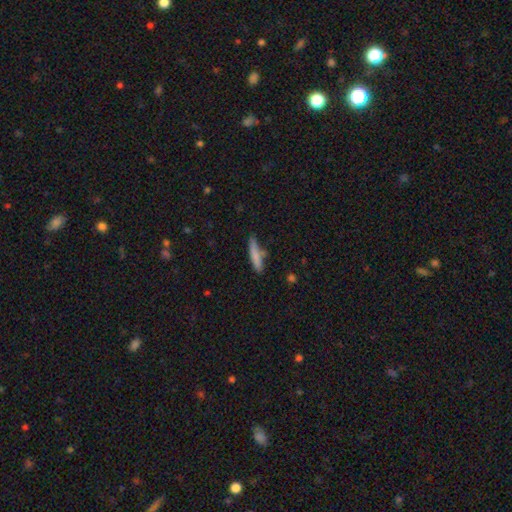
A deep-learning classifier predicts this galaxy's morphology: smooth 76%, featured or disk 17%, star or artifact 7%. Down the decision tree: how rounded — cigar-shaped (84%); merging — none (66%).